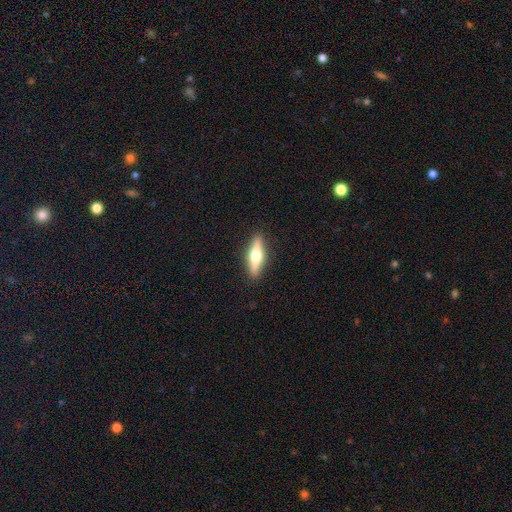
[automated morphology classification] Q: Smooth or featured?
A: featured or disk (55%); runner-up: smooth (39%)
Q: Edge-on disk?
A: yes (95%); runner-up: no (5%)
Q: Edge-on bulge?
A: rounded (94%); runner-up: boxy (4%)
Q: Merging?
A: none (90%); runner-up: minor disturbance (7%)